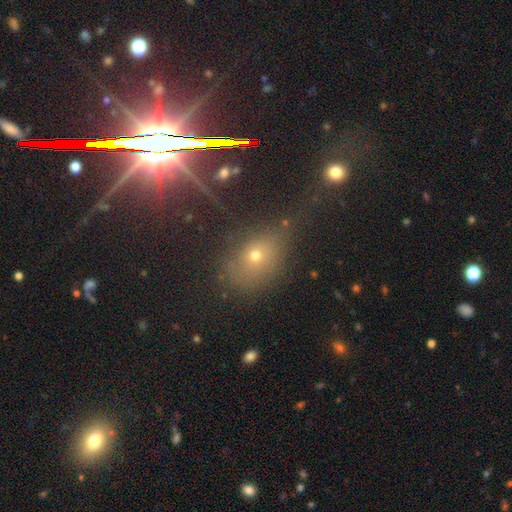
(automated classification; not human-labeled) This appears to be a smooth galaxy with no disk features (47%). Merging: none (69%).